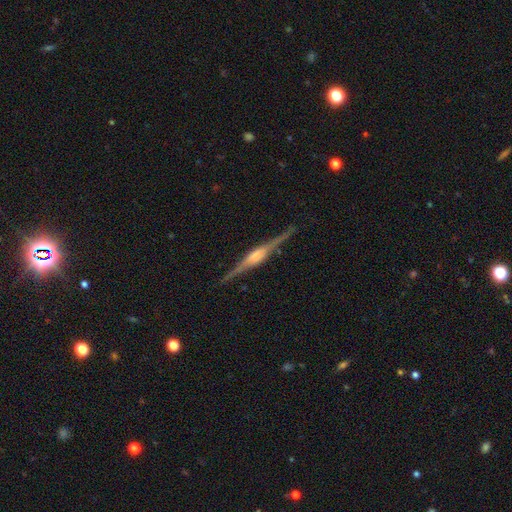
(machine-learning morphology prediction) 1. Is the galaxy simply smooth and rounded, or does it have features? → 87% featured or disk, 8% smooth, 5% star or artifact.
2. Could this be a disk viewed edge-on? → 98% yes, 2% no.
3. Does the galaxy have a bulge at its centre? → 63% rounded, 31% boxy, 6% none.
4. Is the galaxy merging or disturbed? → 90% none, 7% minor disturbance, 2% major disturbance, 1% merger.